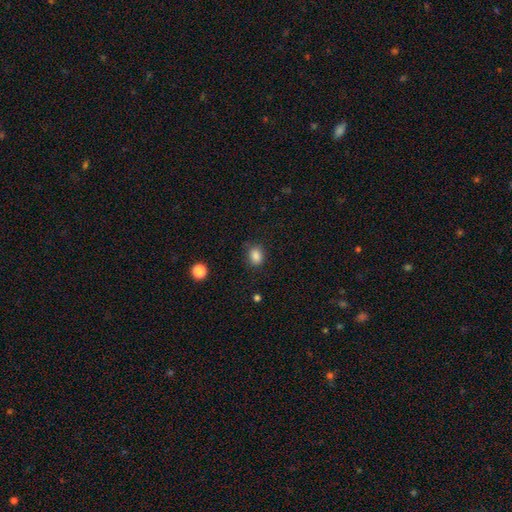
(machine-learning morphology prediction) A smooth galaxy with no disk features (85%) that is in between round and cigar-shaped (57%).

Vote fractions:
- Smooth or featured? smooth: 85% / star or artifact: 11% / featured or disk: 4%
- How rounded? in between: 57% / round: 42% / cigar-shaped: 1%
- Merging? none: 79% / minor disturbance: 15% / major disturbance: 4% / merger: 2%